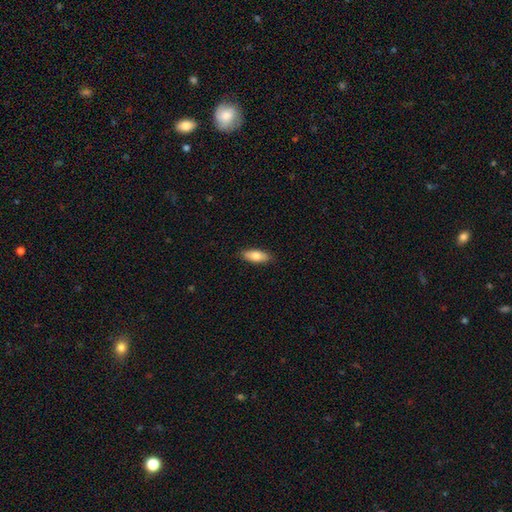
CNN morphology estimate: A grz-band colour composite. It shows a smooth galaxy with no disk features (78%) that is in between round and cigar-shaped (76%). Merging: none (88%).